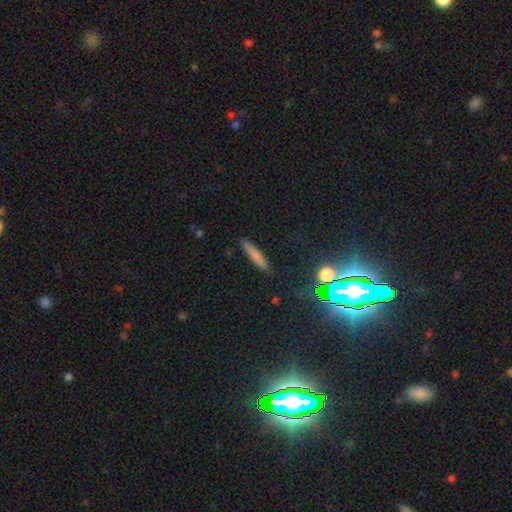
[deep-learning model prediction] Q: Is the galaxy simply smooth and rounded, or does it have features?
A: smooth — 75%.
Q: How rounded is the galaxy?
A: cigar-shaped — 88%.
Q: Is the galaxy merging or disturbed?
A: none — 87%.